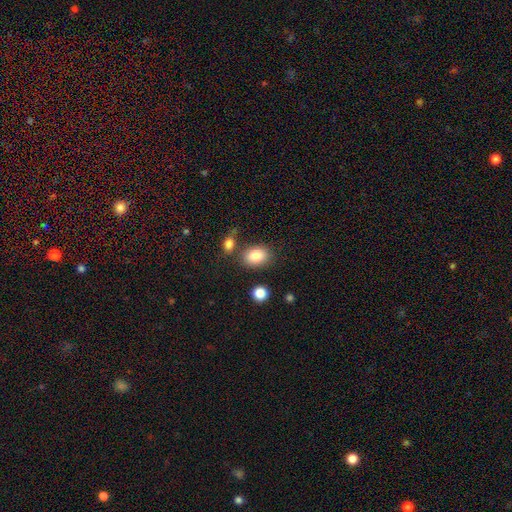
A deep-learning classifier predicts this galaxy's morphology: This is clearly a smooth galaxy (85%). How rounded: likely in between (74%). Merging: likely none (74%).